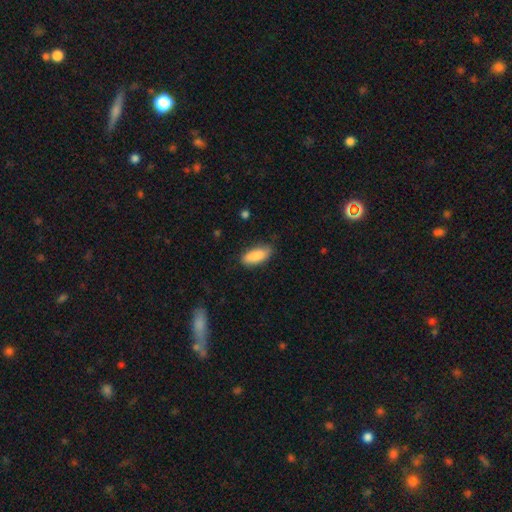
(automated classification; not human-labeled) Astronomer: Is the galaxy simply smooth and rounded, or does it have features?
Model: smooth — 88%.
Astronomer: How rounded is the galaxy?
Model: in between — 79%.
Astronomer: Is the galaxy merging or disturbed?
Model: none — 79%.